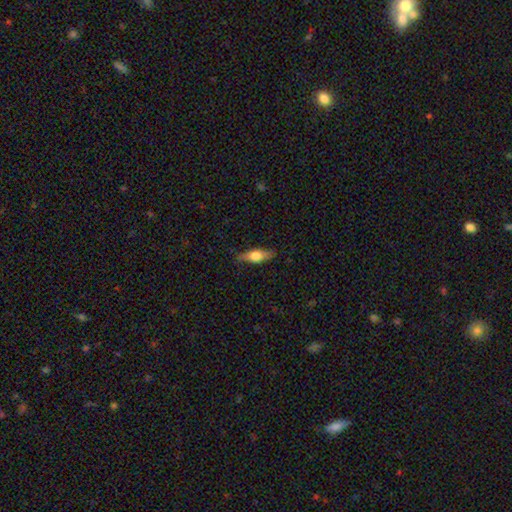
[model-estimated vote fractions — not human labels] smooth-or-featured: smooth: 58% | featured or disk: 36% | star or artifact: 6%
  how-rounded: in between: 58% | cigar-shaped: 39% | round: 4%
  merging: none: 83% | minor disturbance: 13% | major disturbance: 3% | merger: 1%